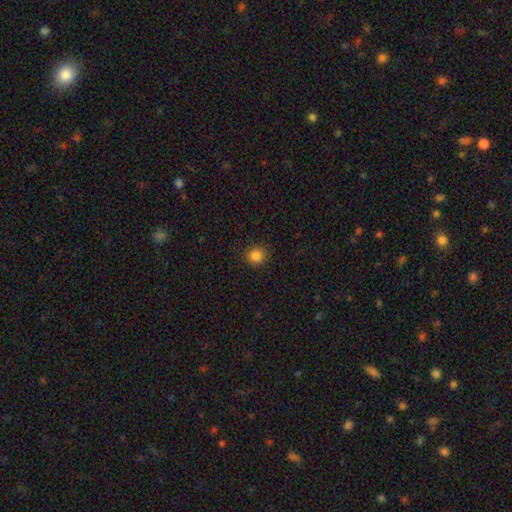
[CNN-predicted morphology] type=smooth (84%); roundness=round (89%); merging=none (90%).